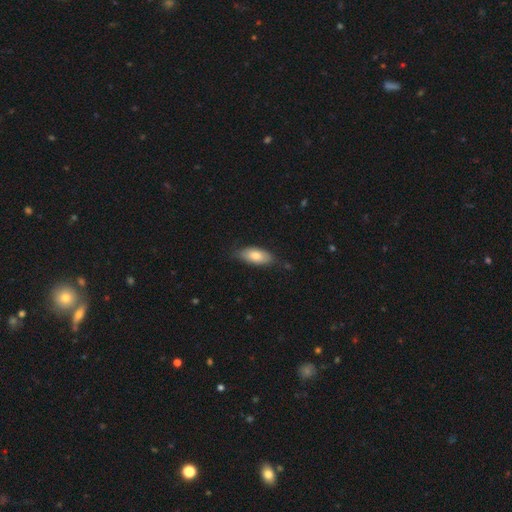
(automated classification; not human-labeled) Smooth or featured? Predicted: smooth (p=0.78). How rounded? Predicted: in between (p=0.87). Merging? Predicted: none (p=0.73).